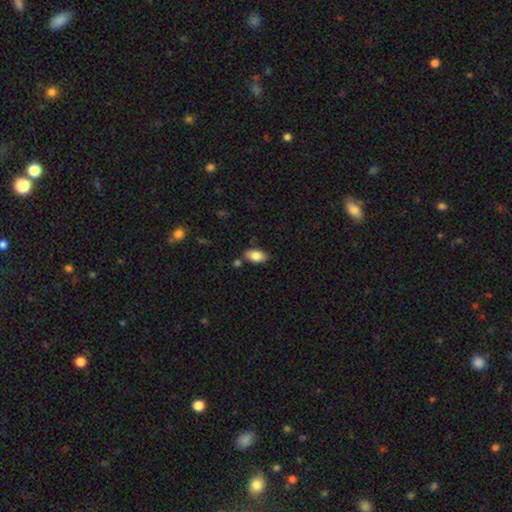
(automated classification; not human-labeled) smooth-or-featured: smooth: 85% | featured or disk: 8% | star or artifact: 7%
  how-rounded: in between: 92% | round: 5% | cigar-shaped: 3%
  merging: none: 77% | minor disturbance: 14% | merger: 7% | major disturbance: 3%